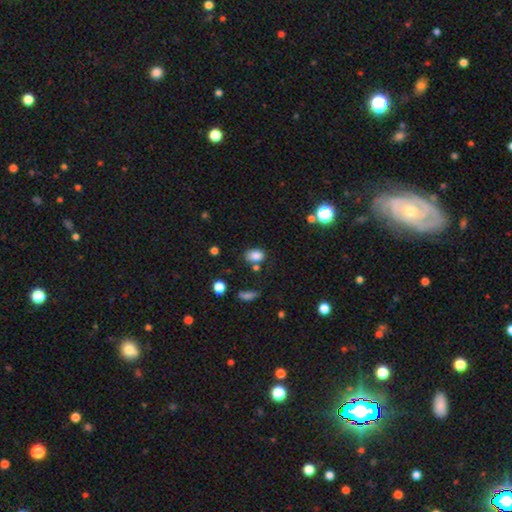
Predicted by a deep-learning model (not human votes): A smooth galaxy with no disk features (83%) that is in between round and cigar-shaped (82%).

Vote fractions:
- Smooth or featured? smooth: 83% / star or artifact: 11% / featured or disk: 6%
- How rounded? in between: 82% / round: 17% / cigar-shaped: 1%
- Merging? none: 67% / minor disturbance: 19% / merger: 10% / major disturbance: 5%